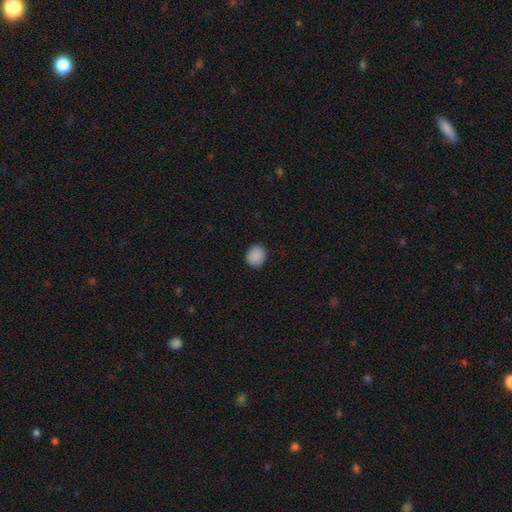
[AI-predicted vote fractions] This appears to be a smooth galaxy with no disk features (89%) that is round (77%). Merging: none (90%).